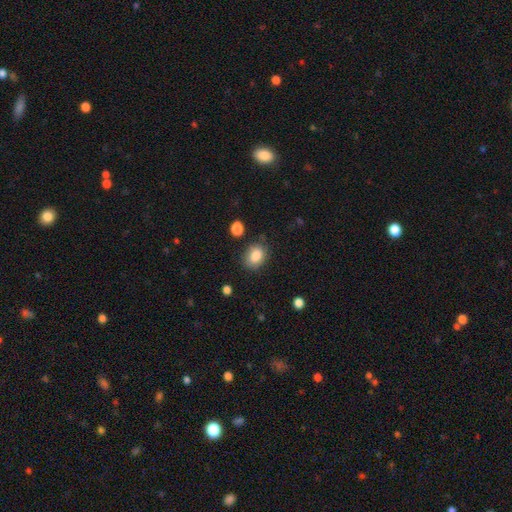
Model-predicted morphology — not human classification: Smooth or featured?
  - smooth: 85% *
  - star or artifact: 8%
  - featured or disk: 6%
How rounded?
  - in between: 64% *
  - round: 35%
  - cigar-shaped: 1%
Merging?
  - none: 76% *
  - minor disturbance: 16%
  - major disturbance: 4%
  - merger: 3%